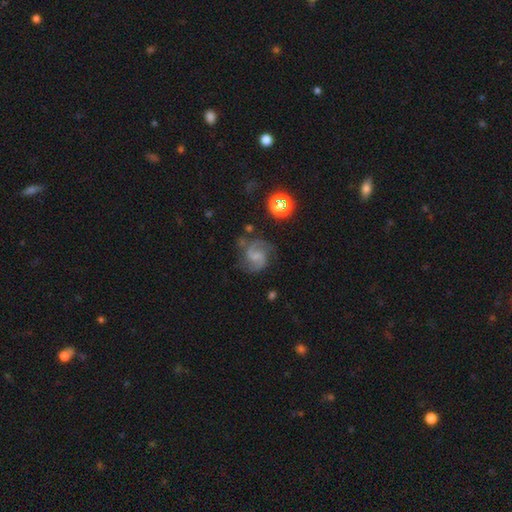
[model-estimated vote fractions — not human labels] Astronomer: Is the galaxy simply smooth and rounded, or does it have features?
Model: featured or disk — 82%.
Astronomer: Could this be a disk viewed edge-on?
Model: no — 98%.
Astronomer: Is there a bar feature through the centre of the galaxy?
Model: weak — 48% (runner-up: no, 39%).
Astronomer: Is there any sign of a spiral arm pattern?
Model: yes — 97%.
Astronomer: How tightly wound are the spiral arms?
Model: medium — 57%.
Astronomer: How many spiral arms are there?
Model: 2 — 90%.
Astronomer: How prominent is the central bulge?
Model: none — 50% (runner-up: small, 31%).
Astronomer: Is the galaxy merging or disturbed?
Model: none — 70%.